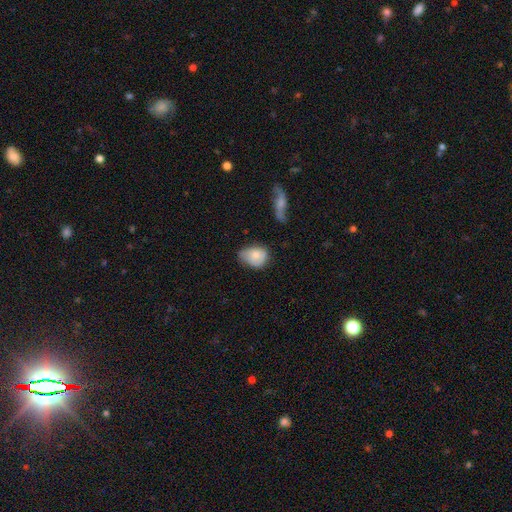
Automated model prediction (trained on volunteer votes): The model was most divided on "merging": minor disturbance: 42%, none: 39%, major disturbance: 14%, merger: 5%. More confident: smooth or featured — smooth (75%); how rounded — in between (62%).